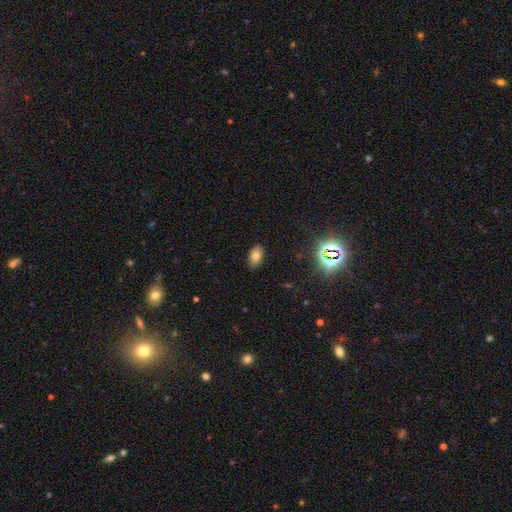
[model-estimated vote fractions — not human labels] Q: Smooth or featured?
A: smooth (74%); runner-up: star or artifact (15%)
Q: How rounded?
A: in between (91%); runner-up: round (7%)
Q: Merging?
A: none (87%); runner-up: minor disturbance (10%)